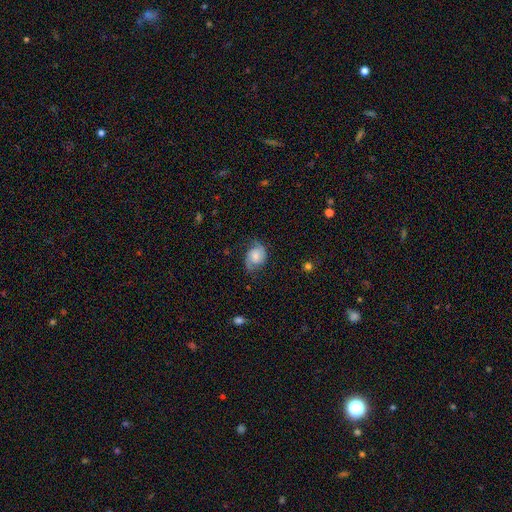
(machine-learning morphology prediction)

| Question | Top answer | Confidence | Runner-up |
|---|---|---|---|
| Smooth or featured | featured or disk | 60% | smooth (32%) |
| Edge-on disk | no | 97% | yes (3%) |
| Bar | no | 61% | weak (32%) |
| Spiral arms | yes | 91% | no (9%) |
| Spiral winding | medium | 44% | loose (31%) |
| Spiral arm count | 2 | 86% | can't tell (7%) |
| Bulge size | moderate | 42% | small (33%) |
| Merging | none | 63% | minor disturbance (25%) |